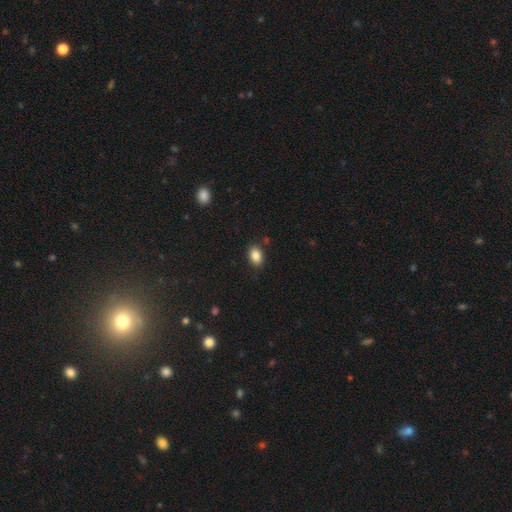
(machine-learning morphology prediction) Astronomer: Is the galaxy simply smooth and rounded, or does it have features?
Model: smooth — 86%.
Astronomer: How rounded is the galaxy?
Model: in between — 85%.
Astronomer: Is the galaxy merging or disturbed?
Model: none — 84%.